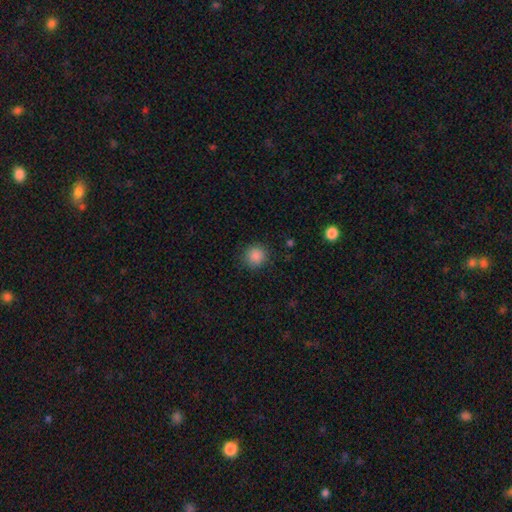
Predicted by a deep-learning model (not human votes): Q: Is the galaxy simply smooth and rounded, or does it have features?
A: smooth — 87%.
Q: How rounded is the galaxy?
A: round — 92%.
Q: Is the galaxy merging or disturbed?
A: none — 88%.